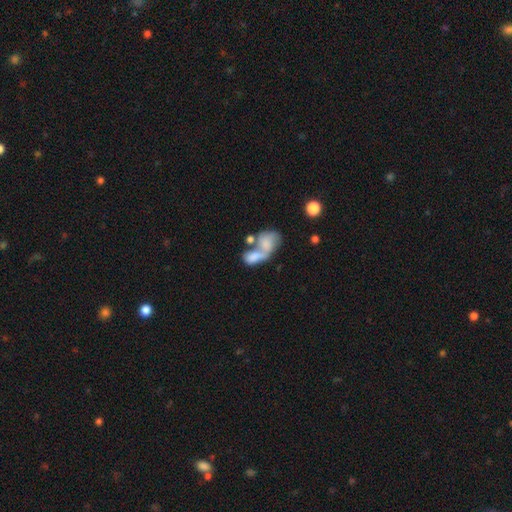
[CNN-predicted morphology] This appears to be a smooth galaxy with no disk features (61%) that is in between round and cigar-shaped (80%). Merging: merger (71%).